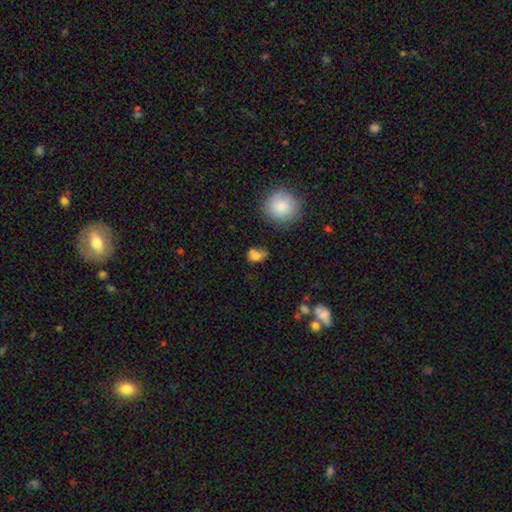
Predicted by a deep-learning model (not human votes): smooth 75%, featured or disk 14%, star or artifact 12%. Down the decision tree: how rounded — in between (52%); merging — none (42%).